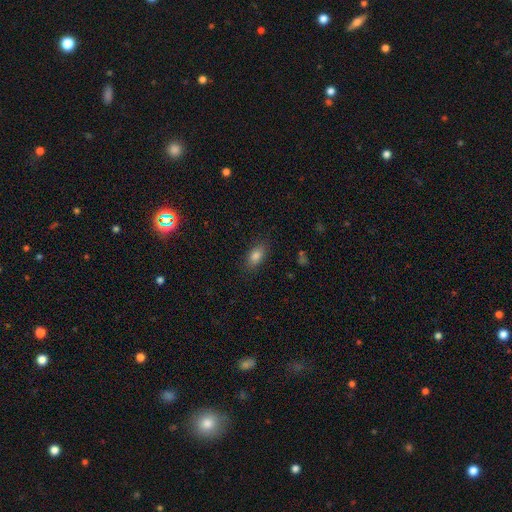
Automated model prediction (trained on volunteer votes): smooth-or-featured: smooth: 82% | star or artifact: 10% | featured or disk: 8%
  how-rounded: in between: 87% | round: 9% | cigar-shaped: 4%
  merging: none: 85% | minor disturbance: 11% | major disturbance: 3% | merger: 1%